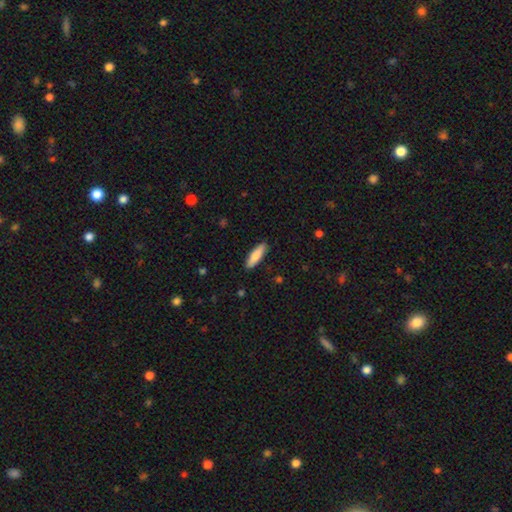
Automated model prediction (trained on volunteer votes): This appears to be a smooth galaxy with no disk features (81%) that is cigar-shaped (60%). Merging: none (89%).